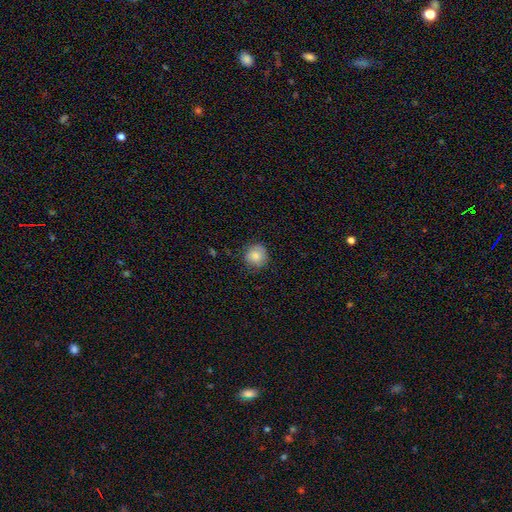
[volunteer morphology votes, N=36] Overall: smooth (78%). How rounded: round (89%). Merging: none (76%).